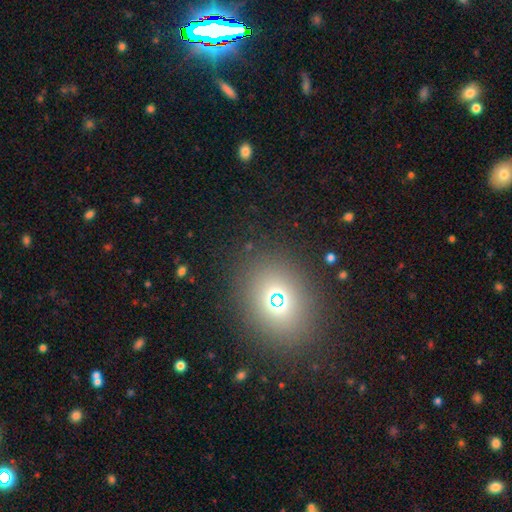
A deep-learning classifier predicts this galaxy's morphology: This appears to be a smooth galaxy with no disk features (66%) that is in between round and cigar-shaped (56%). Merging: none (89%).